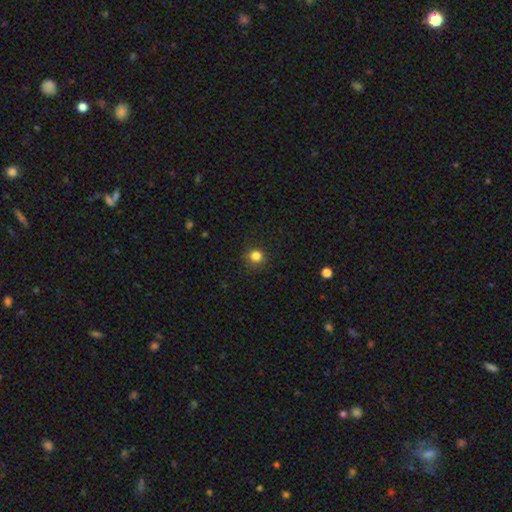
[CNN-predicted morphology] Smooth or featured: smooth — 83% (star or artifact — 13%)
How rounded: round — 88% (in between — 11%)
Merging: none — 88% (minor disturbance — 8%)